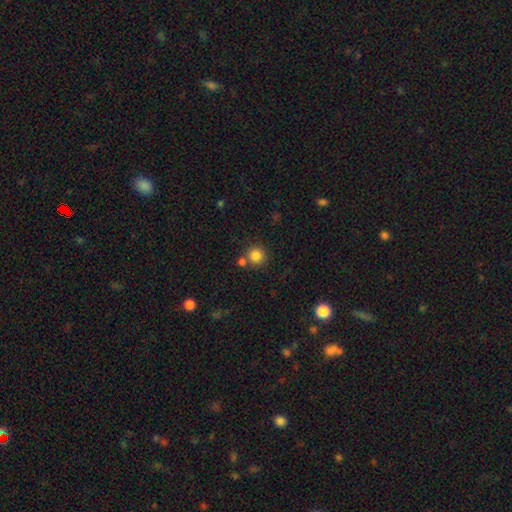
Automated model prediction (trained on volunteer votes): Smooth or featured? smooth (84%)
How rounded? round (93%)
Merging? none (73%)